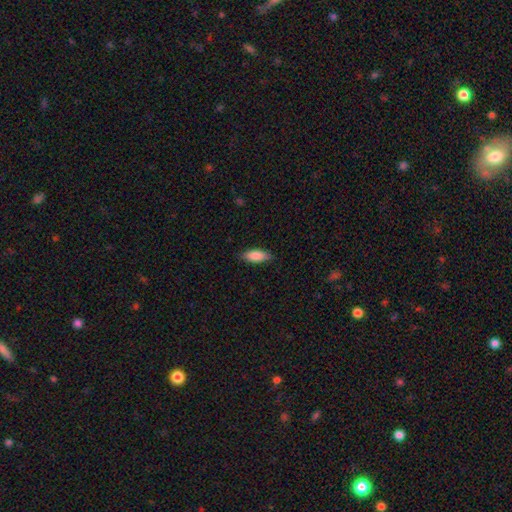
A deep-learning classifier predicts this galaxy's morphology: Smooth or featured?
  - smooth: 84% *
  - featured or disk: 10%
  - star or artifact: 6%
How rounded?
  - in between: 76% *
  - cigar-shaped: 22%
  - round: 2%
Merging?
  - none: 84% *
  - minor disturbance: 12%
  - major disturbance: 2%
  - merger: 1%